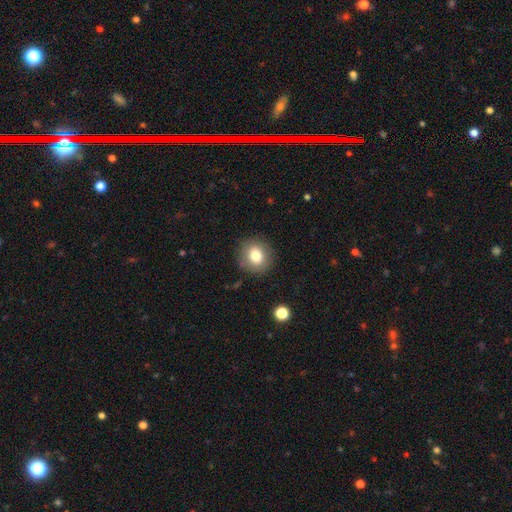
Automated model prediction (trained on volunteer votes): Morphology: type=smooth (78%); roundness=round (83%); merging=none (87%).